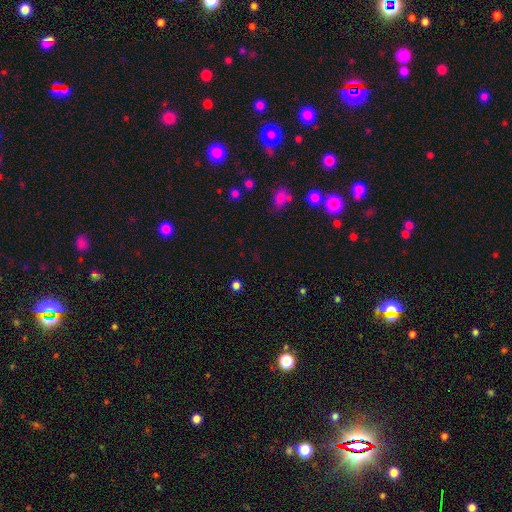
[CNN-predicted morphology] Q: Smooth or featured?
A: star or artifact (49%); runner-up: smooth (43%)